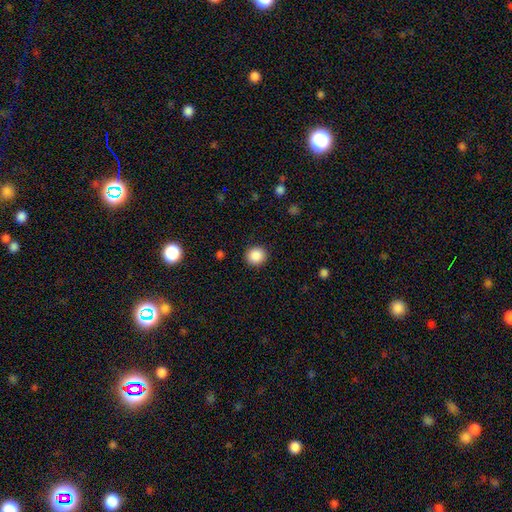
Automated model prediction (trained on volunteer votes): A smooth galaxy with no disk features (88%) that is round (89%).

Vote fractions:
- Smooth or featured? smooth: 88% / star or artifact: 9% / featured or disk: 3%
- How rounded? round: 89% / in between: 10% / cigar-shaped: 1%
- Merging? none: 91% / minor disturbance: 5% / major disturbance: 2% / merger: 1%